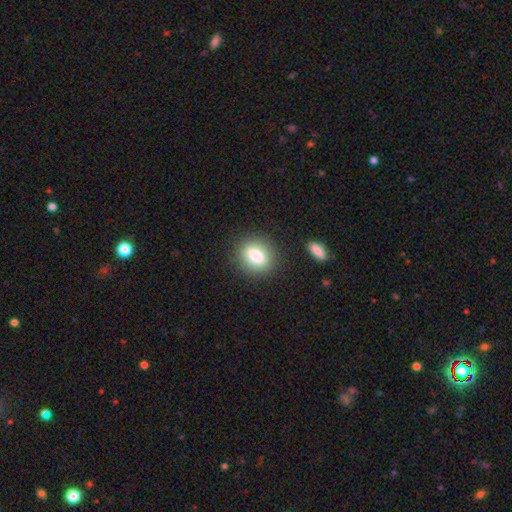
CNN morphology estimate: The model was most divided on "how rounded": round: 51%, in between: 47%, cigar-shaped: 2%. More confident: merging — none (85%); smooth or featured — smooth (82%).